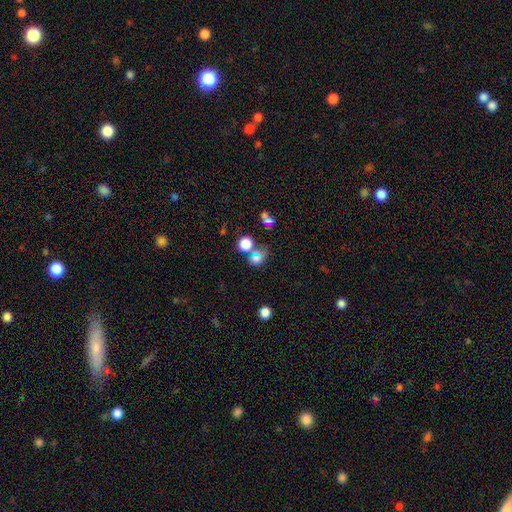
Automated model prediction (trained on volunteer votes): smooth 69%, star or artifact 21%, featured or disk 11%. Down the decision tree: how rounded — round (56%); merging — none (45%).